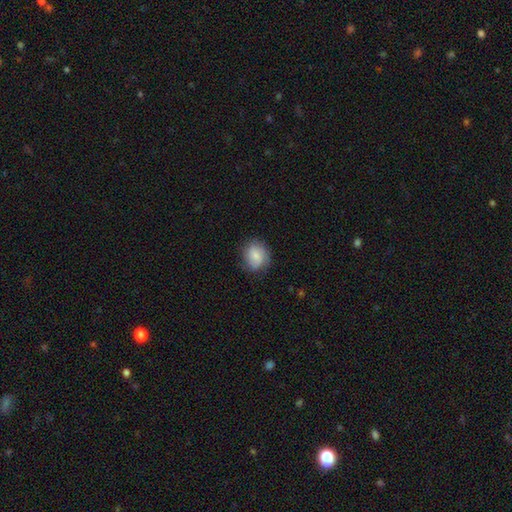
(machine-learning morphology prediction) A smooth galaxy with no disk features (73%) that is round (59%).

Vote fractions:
- Smooth or featured? smooth: 73% / featured or disk: 20% / star or artifact: 7%
- How rounded? round: 59% / in between: 40% / cigar-shaped: 1%
- Merging? none: 70% / minor disturbance: 22% / major disturbance: 7% / merger: 1%